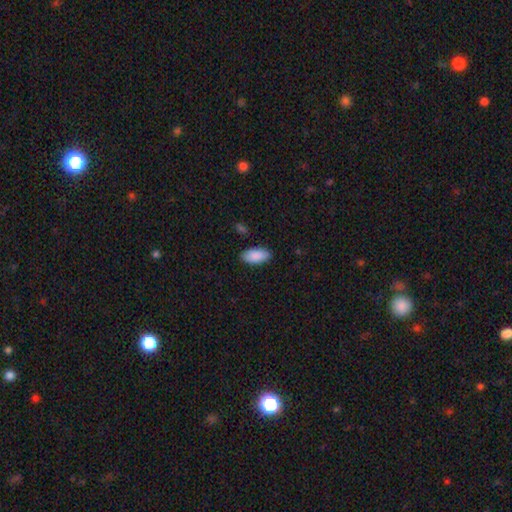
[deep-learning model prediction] Smooth or featured?
  - smooth: 90% *
  - star or artifact: 6%
  - featured or disk: 4%
How rounded?
  - in between: 91% *
  - cigar-shaped: 7%
  - round: 2%
Merging?
  - none: 87% *
  - minor disturbance: 10%
  - major disturbance: 2%
  - merger: 1%